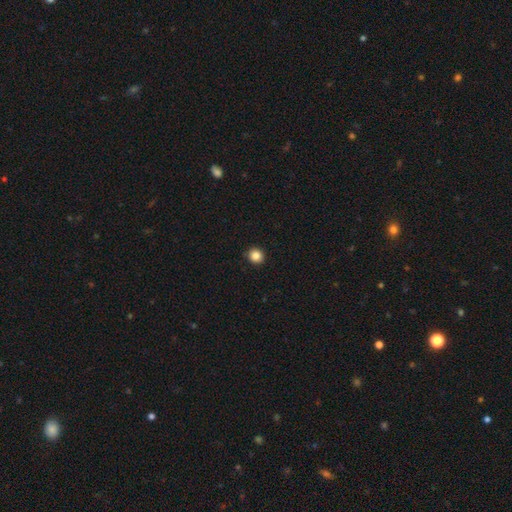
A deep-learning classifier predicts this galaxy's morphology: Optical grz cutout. It shows a smooth galaxy with no disk features (85%) that is round (89%). Merging: none (92%).